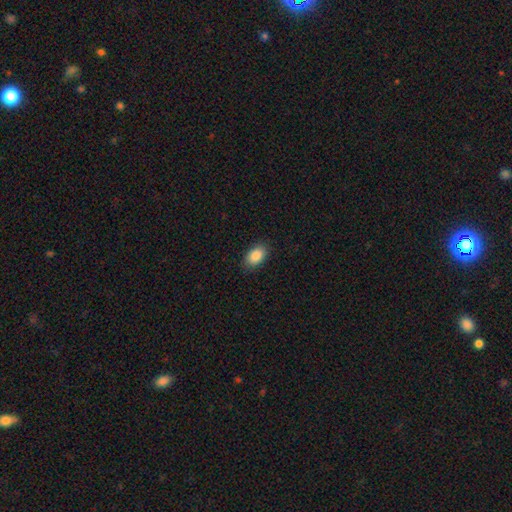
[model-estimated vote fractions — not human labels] Smooth or featured?
  - smooth: 89% *
  - star or artifact: 7%
  - featured or disk: 4%
How rounded?
  - in between: 91% *
  - round: 7%
  - cigar-shaped: 2%
Merging?
  - none: 87% *
  - minor disturbance: 10%
  - major disturbance: 2%
  - merger: 1%